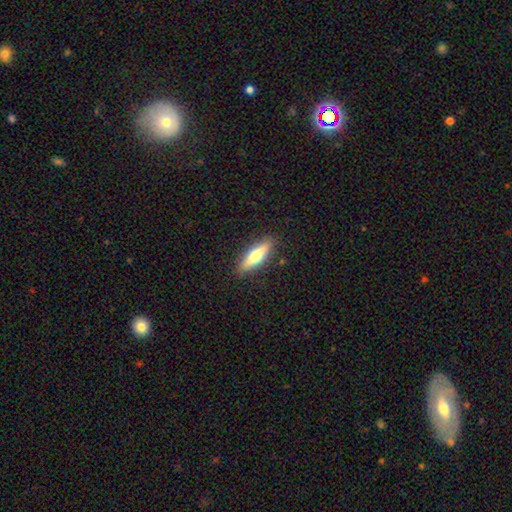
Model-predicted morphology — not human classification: The model was most divided on "smooth or featured": smooth: 50%, featured or disk: 44%, star or artifact: 6%. More confident: merging — none (89%).